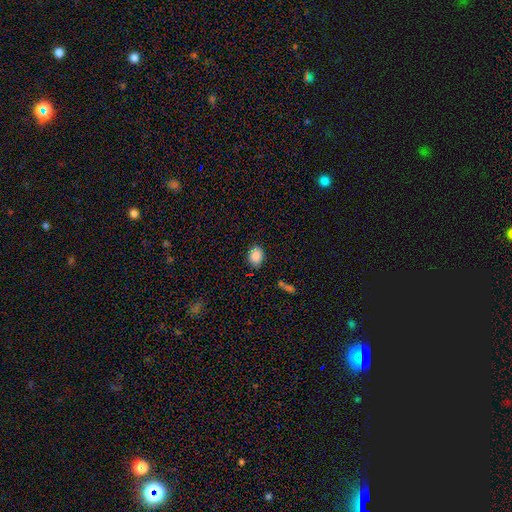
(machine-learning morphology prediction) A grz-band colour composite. It shows a smooth galaxy with no disk features (86%) that is in between round and cigar-shaped (67%). Merging: none (84%).